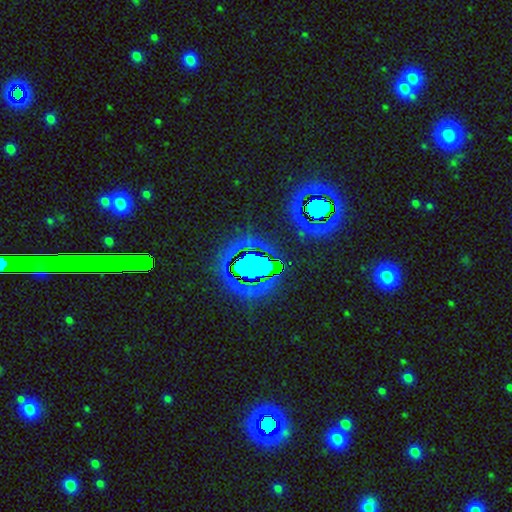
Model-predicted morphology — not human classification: smooth-or-featured: star or artifact: 74% | featured or disk: 14% | smooth: 12%